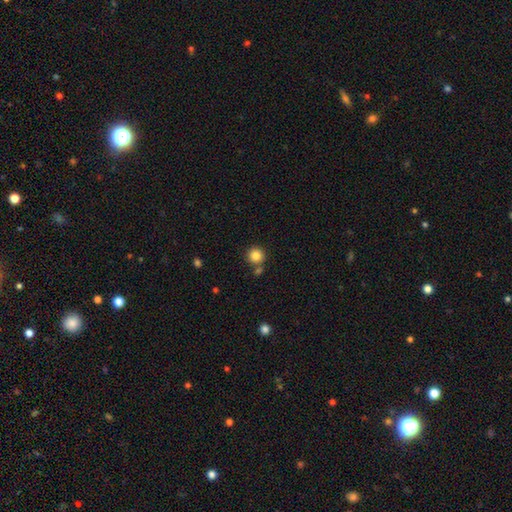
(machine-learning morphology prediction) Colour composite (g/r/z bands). It shows a smooth galaxy with no disk features (84%) that is round (94%). Merging: none (76%).